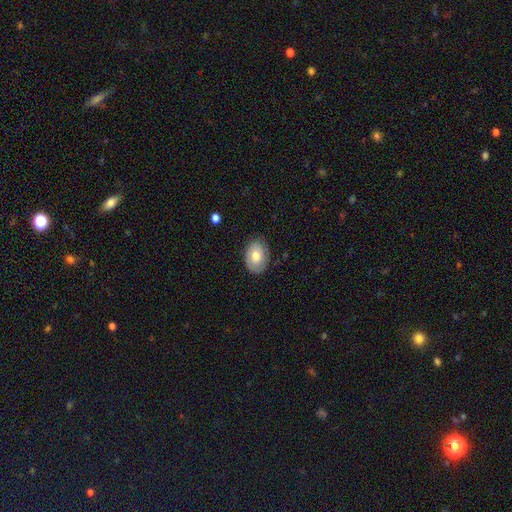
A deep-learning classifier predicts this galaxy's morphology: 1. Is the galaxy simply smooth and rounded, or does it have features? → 73% smooth, 20% featured or disk, 7% star or artifact.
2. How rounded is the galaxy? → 79% in between, 20% round, 1% cigar-shaped.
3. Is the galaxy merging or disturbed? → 82% none, 14% minor disturbance, 3% major disturbance, 1% merger.